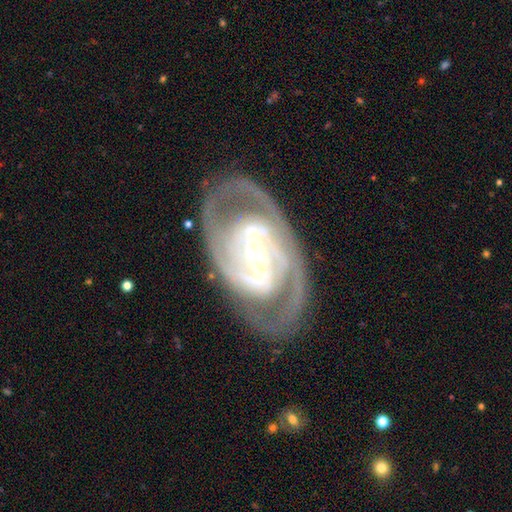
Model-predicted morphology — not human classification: The model was most divided on "bar": strong: 39%, weak: 36%, no: 25%. Remaining: edge-on disk — no (95%); spiral arms — yes (93%); smooth or featured — featured or disk (89%); merging — none (75%); spiral arm count — 2 (63%); spiral winding — tight (59%); bulge size — moderate (50%).